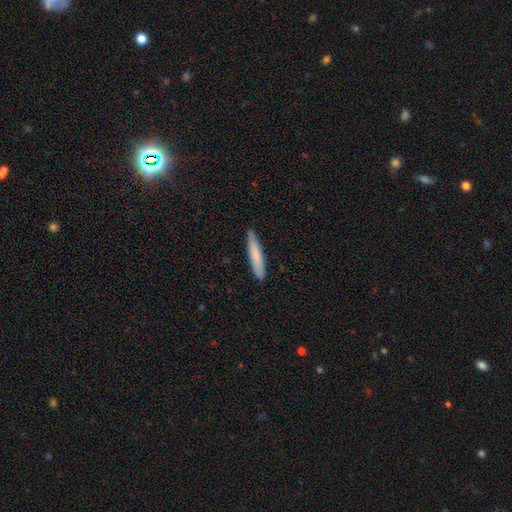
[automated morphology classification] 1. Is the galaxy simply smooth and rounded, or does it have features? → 77% smooth, 17% featured or disk, 6% star or artifact.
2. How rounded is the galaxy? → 93% cigar-shaped, 6% in between, 1% round.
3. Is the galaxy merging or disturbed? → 84% none, 13% minor disturbance, 2% major disturbance, 1% merger.